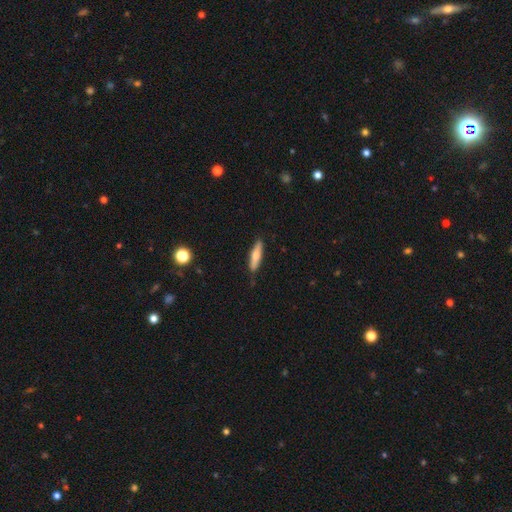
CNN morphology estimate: This appears to be a smooth galaxy with no disk features (63%) that is cigar-shaped (77%). Merging: none (83%).